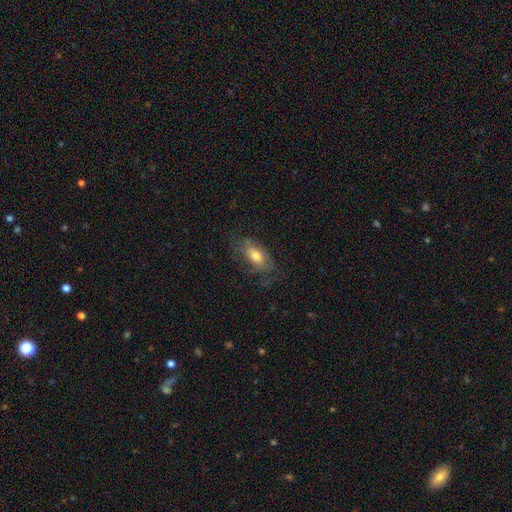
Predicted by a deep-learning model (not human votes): The model was most divided on "smooth or featured": smooth: 57%, featured or disk: 35%, star or artifact: 8%. More confident: how rounded — in between (83%); merging — none (63%).